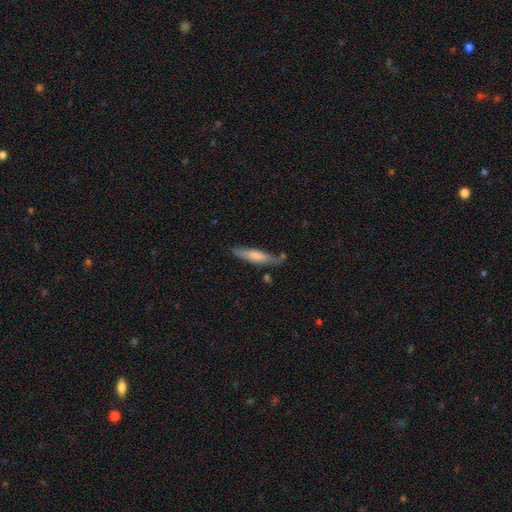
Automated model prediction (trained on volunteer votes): Morphology: type=smooth (66%); roundness=cigar-shaped (82%); merging=none (69%).